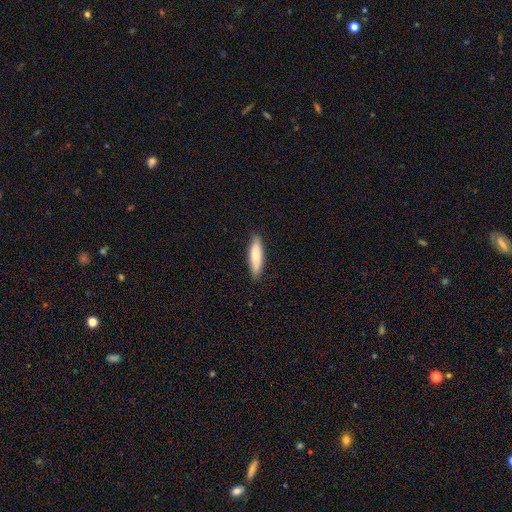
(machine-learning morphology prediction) Smooth or featured?
  - smooth: 78% *
  - featured or disk: 17%
  - star or artifact: 5%
How rounded?
  - cigar-shaped: 67% *
  - in between: 32%
  - round: 1%
Merging?
  - none: 87% *
  - minor disturbance: 10%
  - major disturbance: 2%
  - merger: 1%